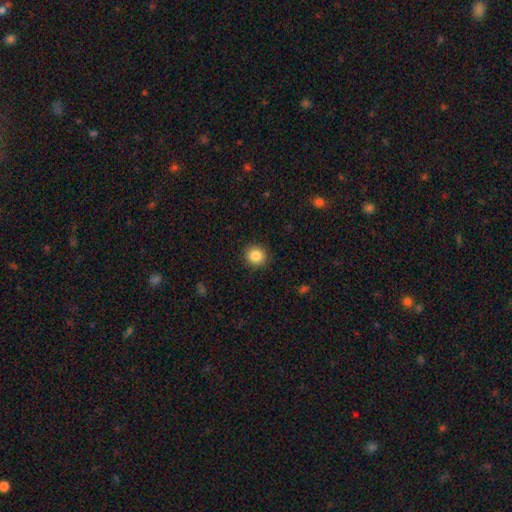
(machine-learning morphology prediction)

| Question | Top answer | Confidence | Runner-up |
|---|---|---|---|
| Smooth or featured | smooth | 86% | star or artifact (10%) |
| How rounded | round | 92% | in between (7%) |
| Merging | none | 92% | minor disturbance (5%) |